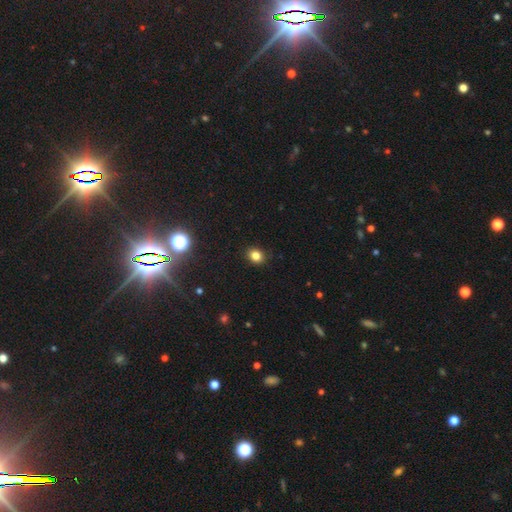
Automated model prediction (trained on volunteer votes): A smooth galaxy with no disk features (81%) that is round (65%).

Vote fractions:
- Smooth or featured? smooth: 81% / star or artifact: 14% / featured or disk: 5%
- How rounded? round: 65% / in between: 34% / cigar-shaped: 1%
- Merging? none: 90% / minor disturbance: 7% / major disturbance: 2% / merger: 1%